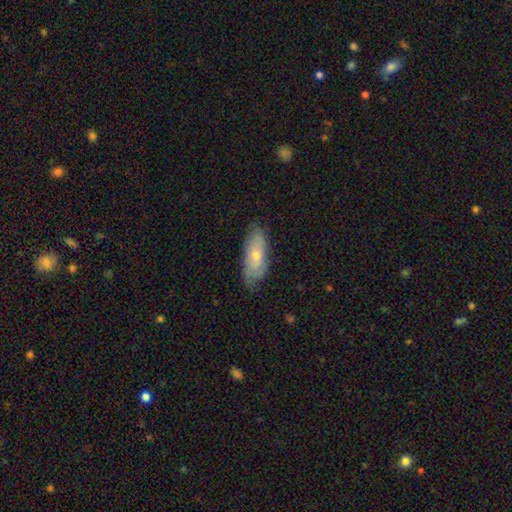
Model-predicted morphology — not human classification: The model was most divided on "smooth or featured": smooth: 58%, featured or disk: 36%, star or artifact: 6%. More confident: how rounded — in between (77%); merging — none (70%).